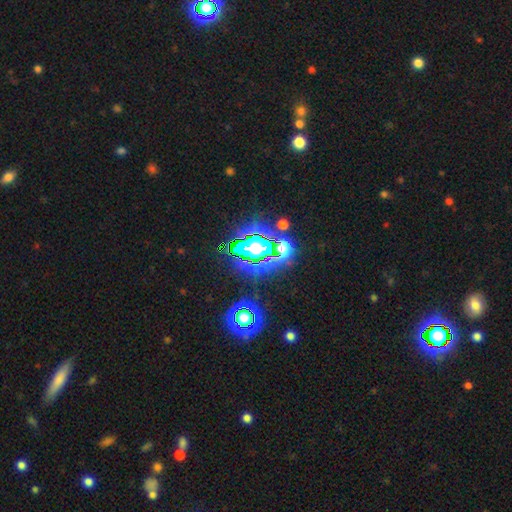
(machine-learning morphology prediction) smooth-or-featured: star or artifact: 82% | smooth: 10% | featured or disk: 8%